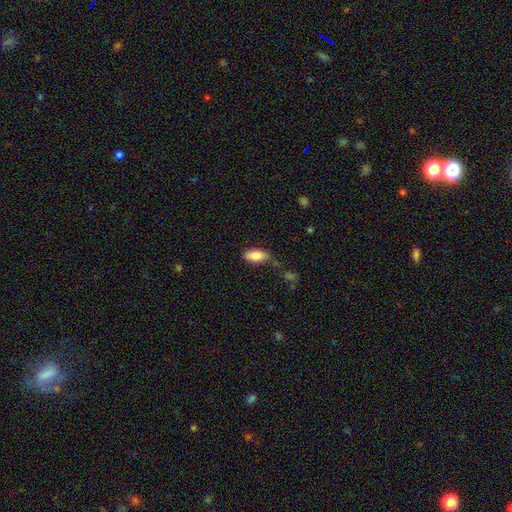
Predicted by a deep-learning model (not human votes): Smooth or featured?
  - smooth: 82% *
  - featured or disk: 11%
  - star or artifact: 7%
How rounded?
  - in between: 87% *
  - cigar-shaped: 10%
  - round: 3%
Merging?
  - none: 64% *
  - minor disturbance: 24%
  - major disturbance: 6%
  - merger: 6%